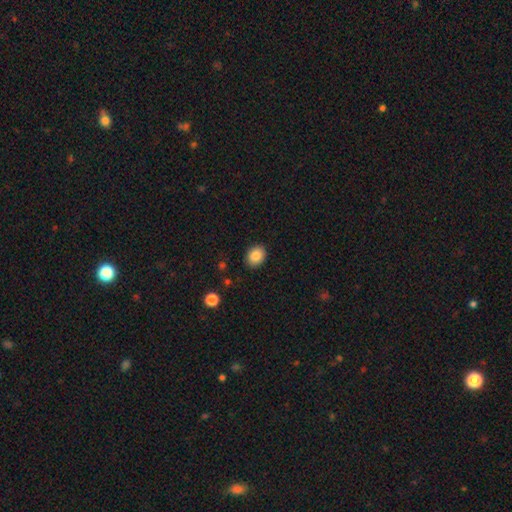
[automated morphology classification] Smooth or featured? smooth (86%)
How rounded? in between (52%)
Merging? none (89%)